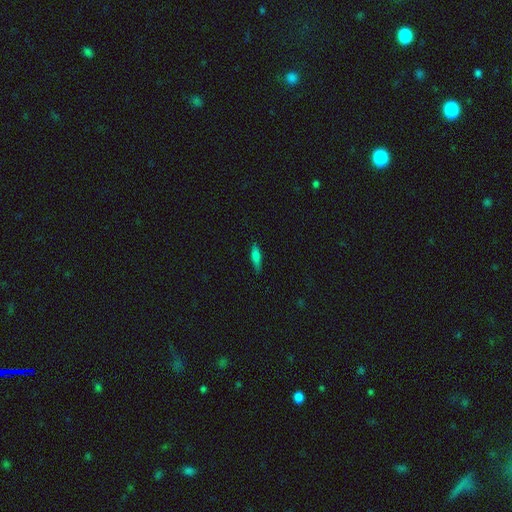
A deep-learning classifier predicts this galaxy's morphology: Q: Smooth or featured?
A: smooth (68%); runner-up: featured or disk (22%)
Q: How rounded?
A: cigar-shaped (69%); runner-up: in between (29%)
Q: Merging?
A: none (83%); runner-up: minor disturbance (13%)